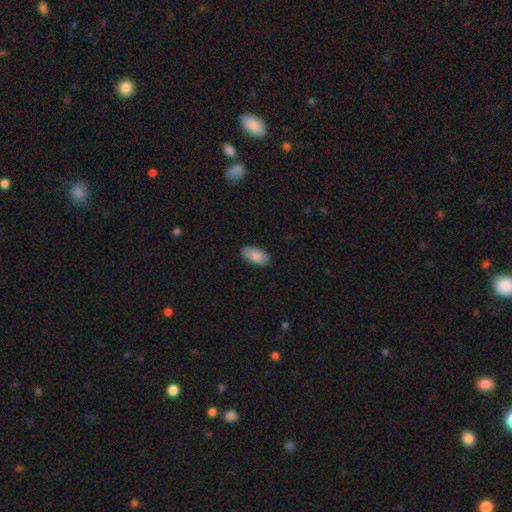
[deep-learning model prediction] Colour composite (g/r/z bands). It shows a smooth galaxy with no disk features (88%) that is in between round and cigar-shaped (94%). Merging: none (87%).